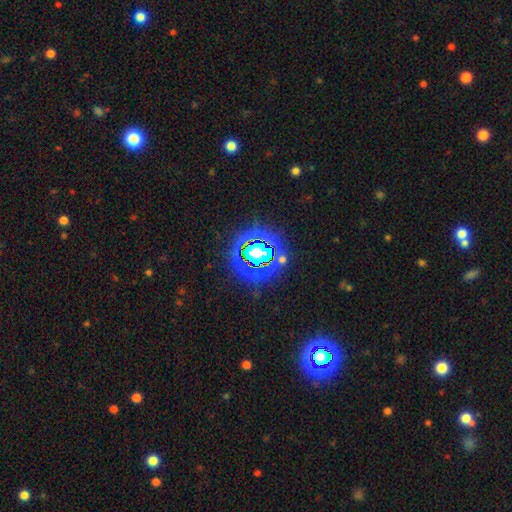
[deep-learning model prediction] star or artifact 70%, smooth 18%, featured or disk 12%.